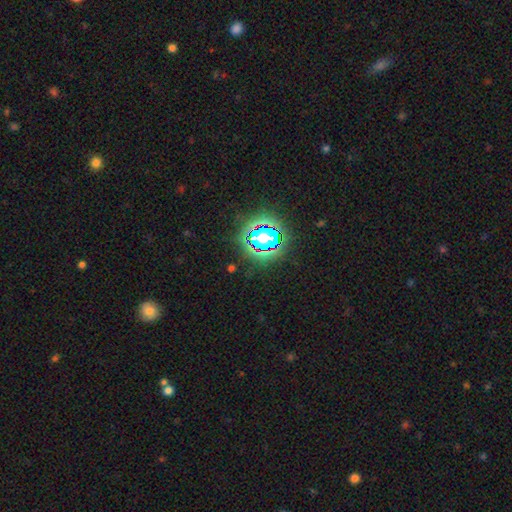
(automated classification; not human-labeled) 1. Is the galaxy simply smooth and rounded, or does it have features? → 81% star or artifact, 12% smooth, 7% featured or disk.